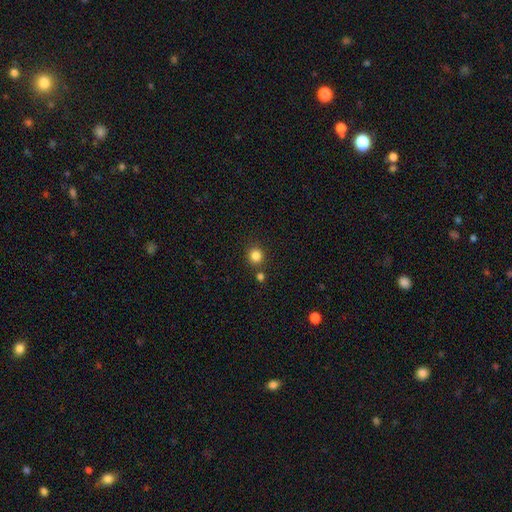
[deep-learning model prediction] Smooth or featured? Predicted: smooth (p=0.84). How rounded? Predicted: round (p=0.87). Merging? Predicted: none (p=0.81).